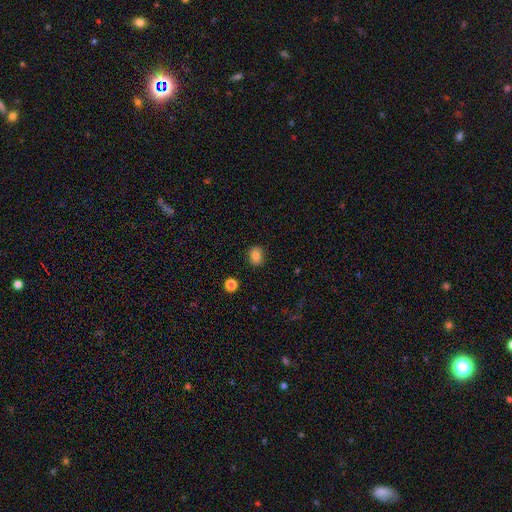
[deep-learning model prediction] Smooth or featured? Predicted: smooth (p=0.84). How rounded? Predicted: in between (p=0.54). Merging? Predicted: none (p=0.87).